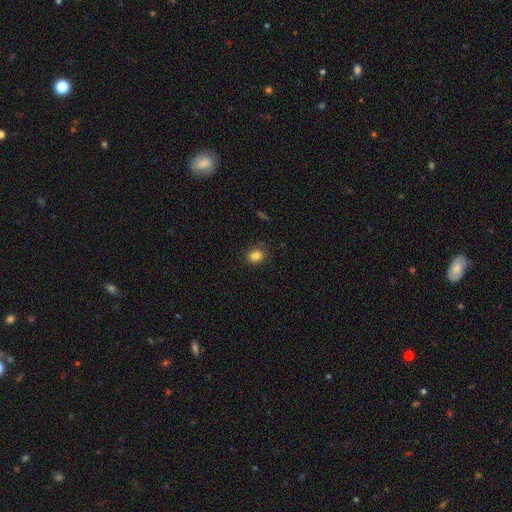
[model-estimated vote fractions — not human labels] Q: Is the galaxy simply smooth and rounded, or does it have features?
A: smooth — 84%.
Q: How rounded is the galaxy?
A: in between — 50%.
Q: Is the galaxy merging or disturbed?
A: none — 83%.